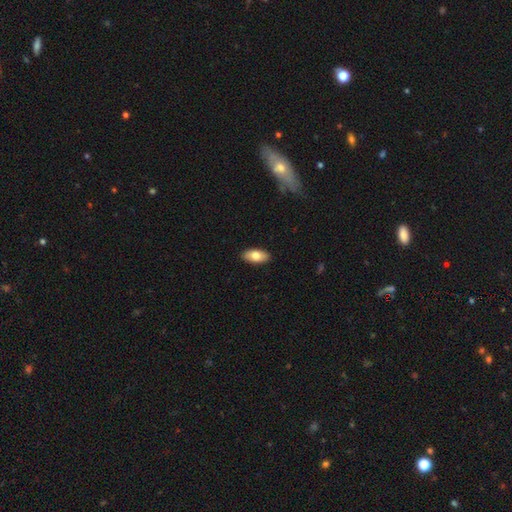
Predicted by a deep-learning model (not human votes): Smooth or featured: smooth — 78% (featured or disk — 16%)
How rounded: in between — 91% (cigar-shaped — 6%)
Merging: none — 90% (minor disturbance — 7%)